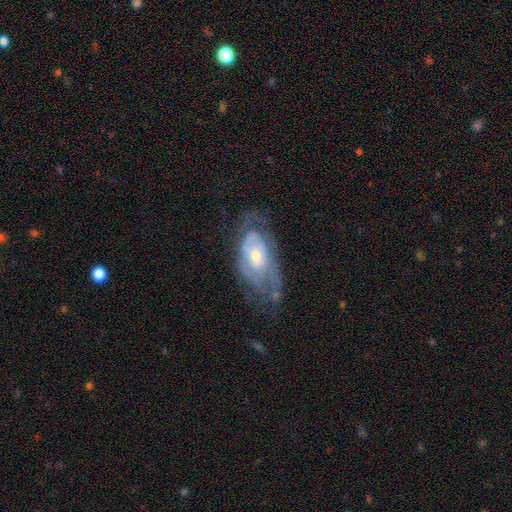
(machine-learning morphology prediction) The model was most divided on "bulge size": moderate: 55%, small: 39%, large: 4%, none: 1%, dominant: 1%. Remaining: edge-on disk — no (93%); smooth or featured — featured or disk (74%); spiral arms — yes (73%); bar — no (72%); merging — none (46%).